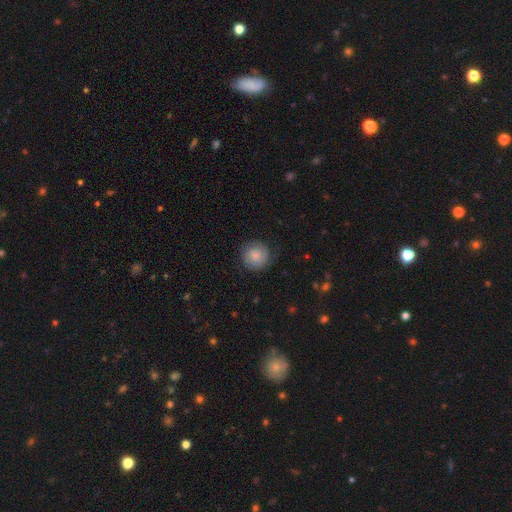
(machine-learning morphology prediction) A smooth galaxy with no disk features (73%) that is round (93%). Merging: none (81%).